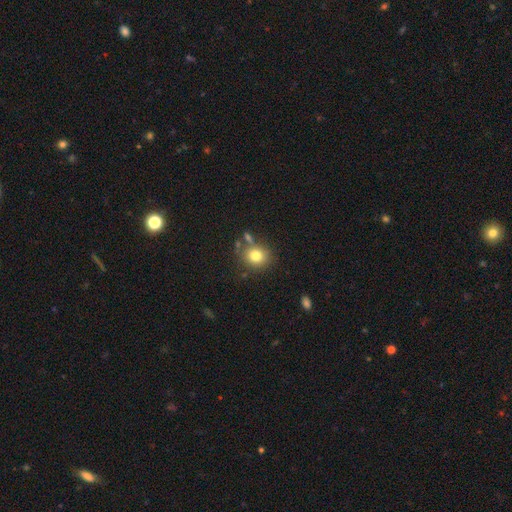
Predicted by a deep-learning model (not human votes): smooth_or_featured: smooth (p=0.79) [alt: star or artifact p=0.11]
how_rounded: round (p=0.72) [alt: in between p=0.27]
merging: none (p=0.69) [alt: minor disturbance p=0.14]